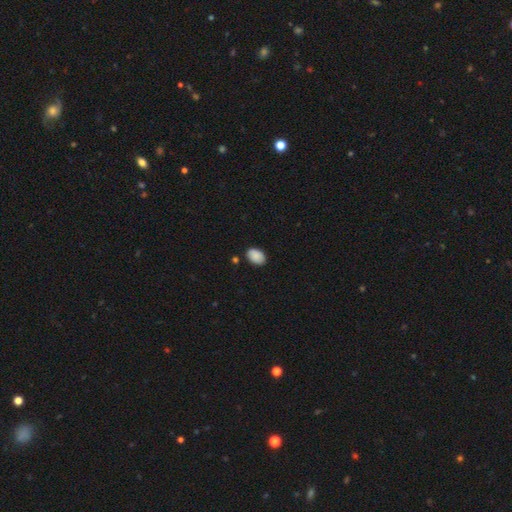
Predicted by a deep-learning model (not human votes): Morphology: type=smooth (89%); roundness=in between (87%); merging=none (84%).